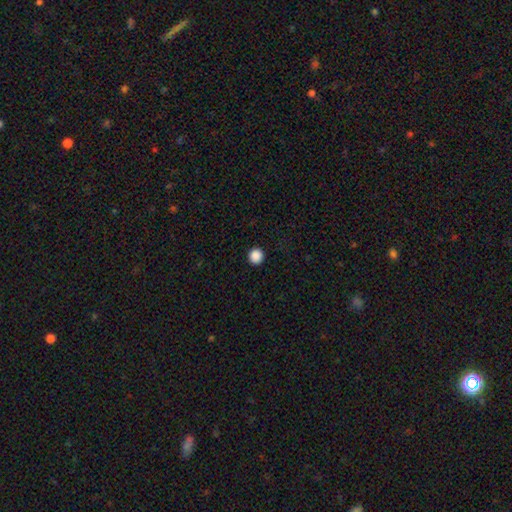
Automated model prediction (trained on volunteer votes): smooth-or-featured: smooth: 89% | star or artifact: 9% | featured or disk: 2%
  how-rounded: round: 94% | in between: 5% | cigar-shaped: 1%
  merging: none: 94% | minor disturbance: 4% | major disturbance: 2% | merger: 1%